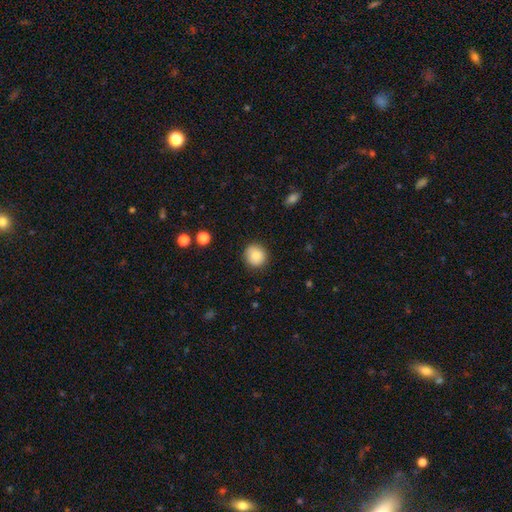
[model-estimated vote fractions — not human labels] Smooth or featured: smooth — 85% (star or artifact — 9%)
How rounded: round — 89% (in between — 10%)
Merging: none — 87% (minor disturbance — 9%)